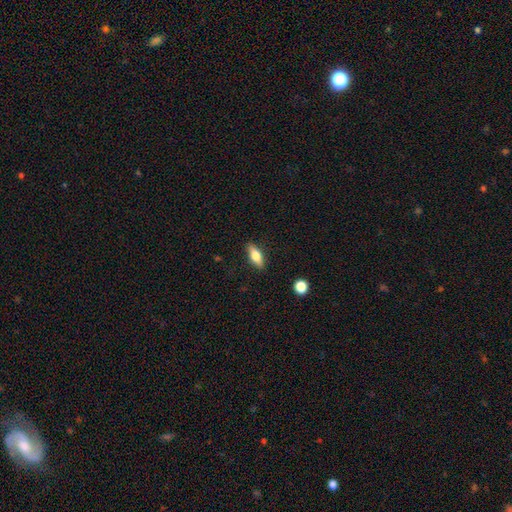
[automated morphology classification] Smooth or featured: smooth — 67% (featured or disk — 26%)
How rounded: in between — 68% (cigar-shaped — 28%)
Merging: none — 87% (minor disturbance — 10%)